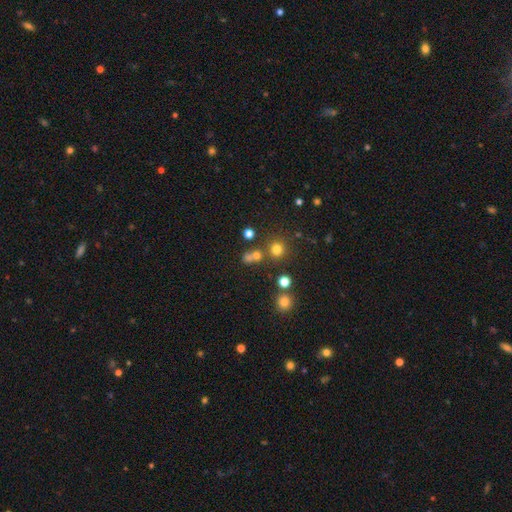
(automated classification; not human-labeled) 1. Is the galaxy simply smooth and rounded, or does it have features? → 67% smooth, 23% star or artifact, 10% featured or disk.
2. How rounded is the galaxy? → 79% round, 19% in between, 2% cigar-shaped.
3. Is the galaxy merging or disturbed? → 58% none, 27% merger, 9% minor disturbance, 6% major disturbance.